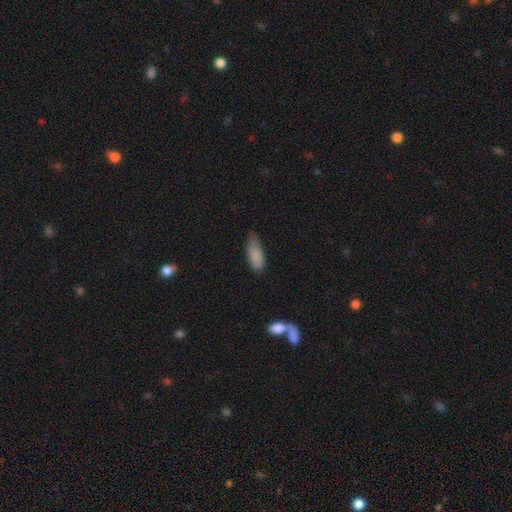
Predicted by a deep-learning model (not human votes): A smooth galaxy with no disk features (85%) that is in between round and cigar-shaped (72%). Merging: none (51%).